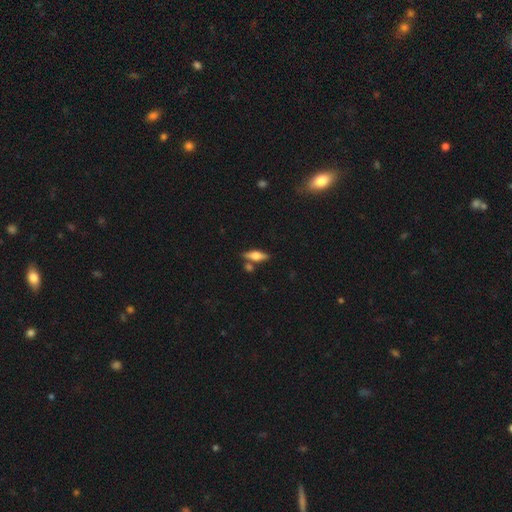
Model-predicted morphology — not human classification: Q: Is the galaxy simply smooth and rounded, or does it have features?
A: featured or disk — 47%.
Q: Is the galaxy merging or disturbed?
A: none — 74%.